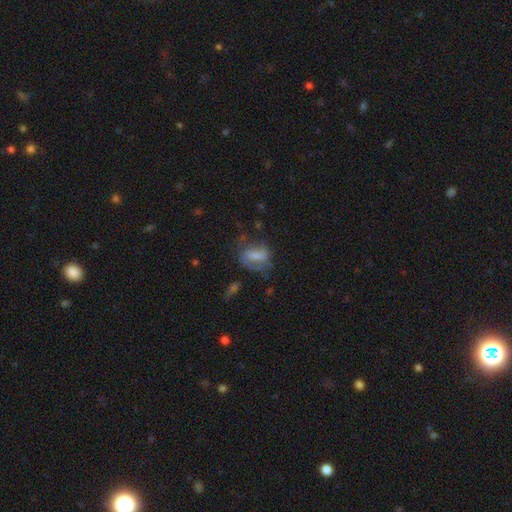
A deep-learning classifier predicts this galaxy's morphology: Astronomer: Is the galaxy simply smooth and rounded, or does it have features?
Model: smooth — 57% (runner-up: featured or disk, 33%).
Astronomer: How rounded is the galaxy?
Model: in between — 72%.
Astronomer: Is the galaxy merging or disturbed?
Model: none — 44% (runner-up: minor disturbance, 28%).